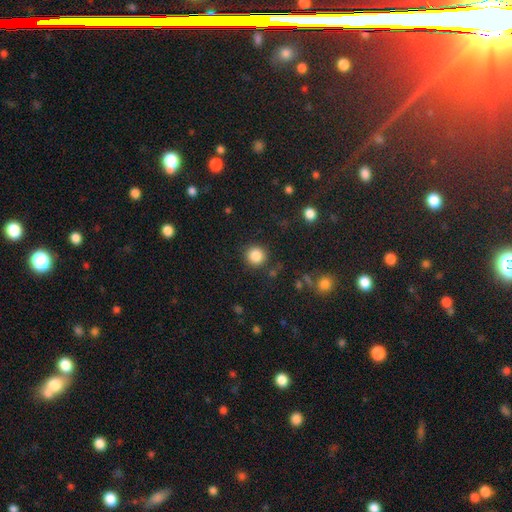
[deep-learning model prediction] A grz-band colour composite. It shows a smooth galaxy with no disk features (85%) that is round (92%). Merging: none (88%).